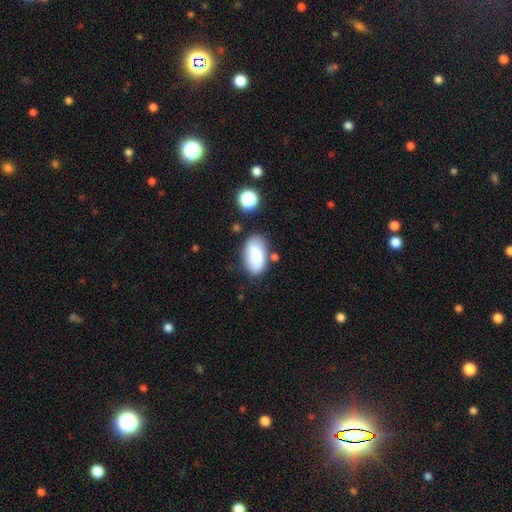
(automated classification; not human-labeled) smooth 81%, featured or disk 12%, star or artifact 8%. Down the decision tree: how rounded — in between (94%); merging — none (71%).